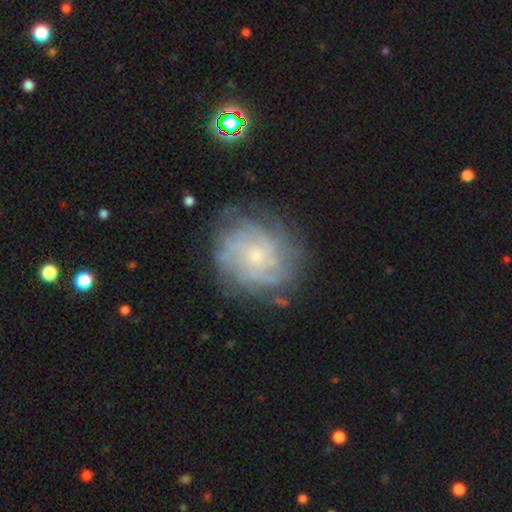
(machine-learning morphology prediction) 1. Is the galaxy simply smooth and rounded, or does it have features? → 73% featured or disk, 18% smooth, 9% star or artifact.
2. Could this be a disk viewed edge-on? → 97% no, 3% yes.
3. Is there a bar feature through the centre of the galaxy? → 80% no, 18% weak, 3% strong.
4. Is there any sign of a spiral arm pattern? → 86% yes, 14% no.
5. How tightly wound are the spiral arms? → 60% tight, 29% medium, 11% loose.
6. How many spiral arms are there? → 48% can't tell, 16% 4, 13% more than 4, 10% 3, 8% 2, 5% 1.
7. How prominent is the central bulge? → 72% small, 21% moderate, 4% none, 2% large, 1% dominant.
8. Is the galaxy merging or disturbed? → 73% none, 17% minor disturbance, 8% major disturbance, 2% merger.